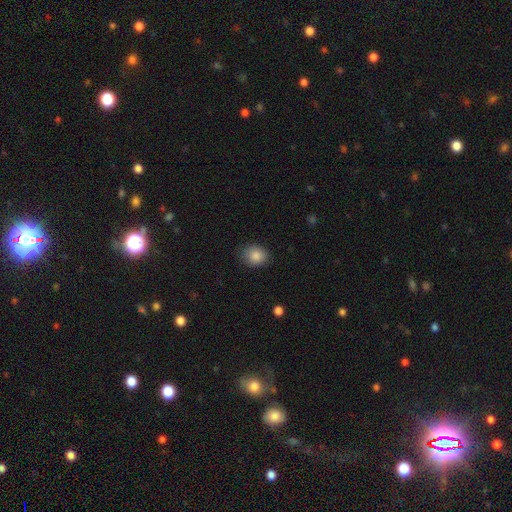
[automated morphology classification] type=smooth (86%); roundness=round (63%); merging=none (83%).